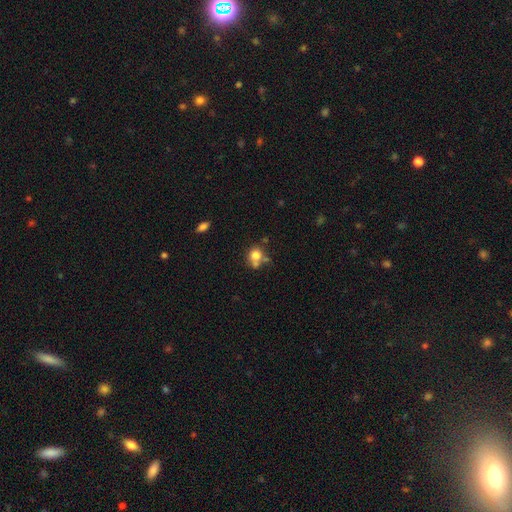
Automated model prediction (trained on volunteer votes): This appears to be a smooth galaxy with no disk features (75%) that is round (79%). Merging: none (49%).